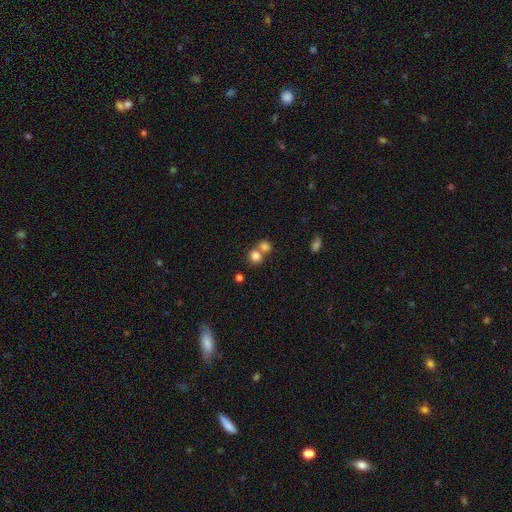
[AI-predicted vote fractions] The model was most divided on "merging": merger: 48%, none: 43%, minor disturbance: 6%, major disturbance: 3%. More confident: smooth or featured — smooth (81%); how rounded — round (75%).